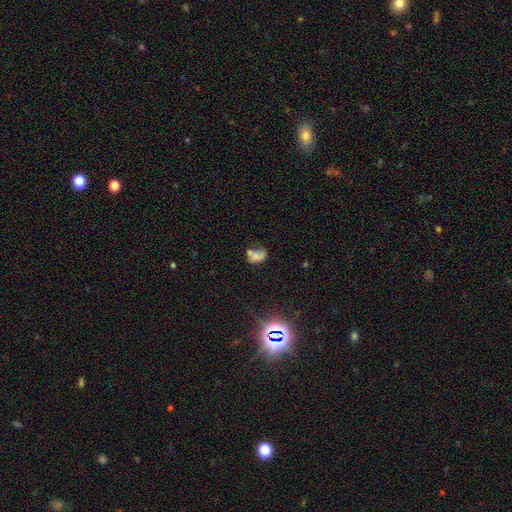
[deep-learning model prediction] Smooth or featured? Predicted: smooth (p=0.64). How rounded? Predicted: in between (p=0.77). Merging? Predicted: none (p=0.33).